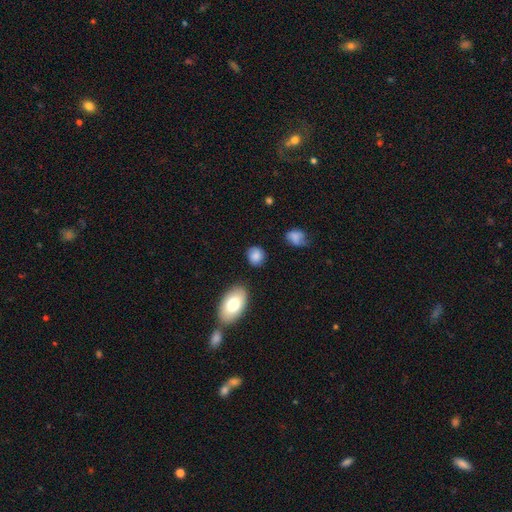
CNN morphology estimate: Q: Smooth or featured?
A: smooth (82%); runner-up: featured or disk (9%)
Q: How rounded?
A: round (64%); runner-up: in between (35%)
Q: Merging?
A: none (76%); runner-up: minor disturbance (17%)